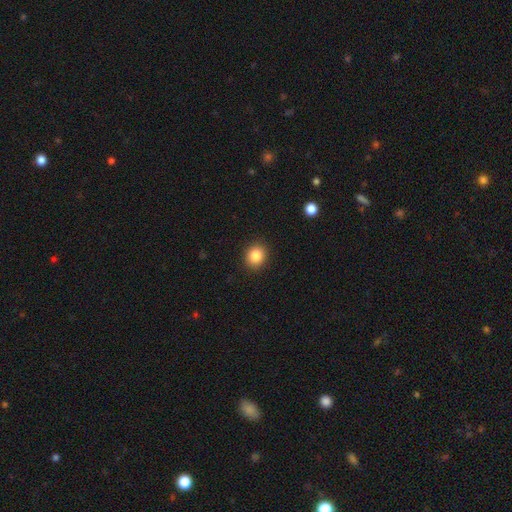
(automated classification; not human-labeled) A smooth galaxy with no disk features (85%) that is round (78%). Merging: none (91%).